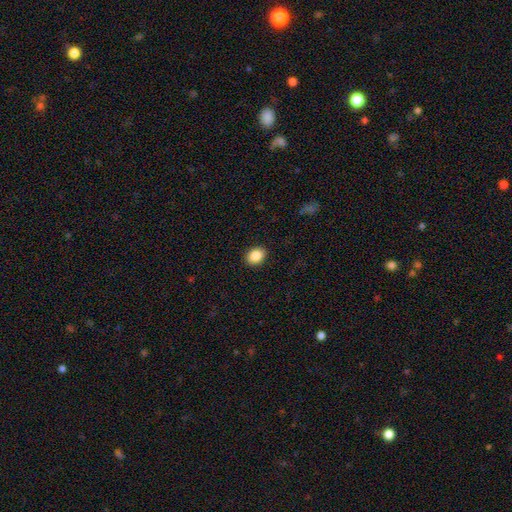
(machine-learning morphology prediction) This appears to be a smooth galaxy with no disk features (88%) that is in between round and cigar-shaped (68%). Merging: none (90%).